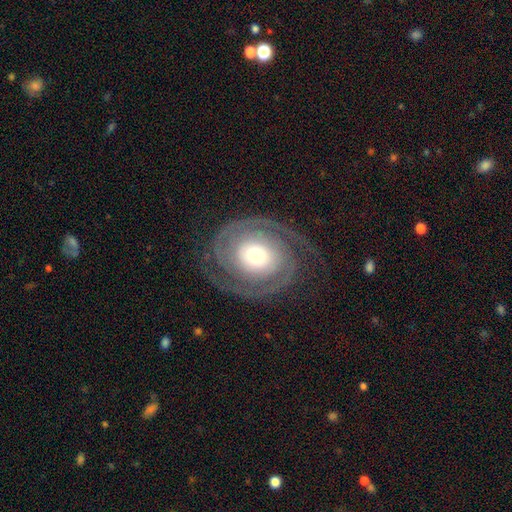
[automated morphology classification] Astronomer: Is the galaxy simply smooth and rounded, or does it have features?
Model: featured or disk — 89%.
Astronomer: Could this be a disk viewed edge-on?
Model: no — 97%.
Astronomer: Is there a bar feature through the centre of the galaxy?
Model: no — 75%.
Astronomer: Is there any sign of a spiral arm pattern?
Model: yes — 97%.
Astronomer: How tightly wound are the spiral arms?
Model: tight — 69%.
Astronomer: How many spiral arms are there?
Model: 2 — 88%.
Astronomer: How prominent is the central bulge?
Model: moderate — 57%.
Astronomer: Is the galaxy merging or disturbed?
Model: none — 81%.